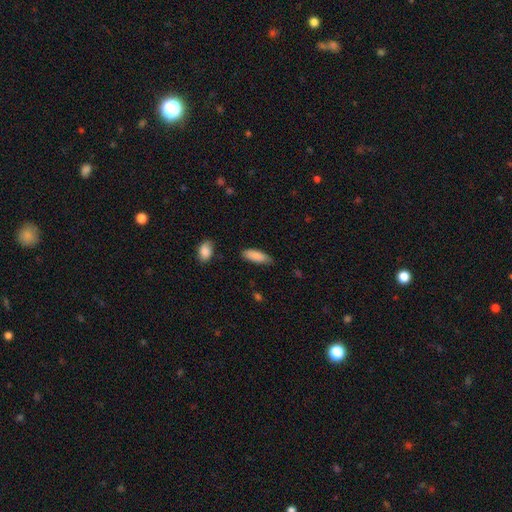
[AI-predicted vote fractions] Smooth or featured? smooth (87%)
How rounded? in between (71%)
Merging? none (76%)